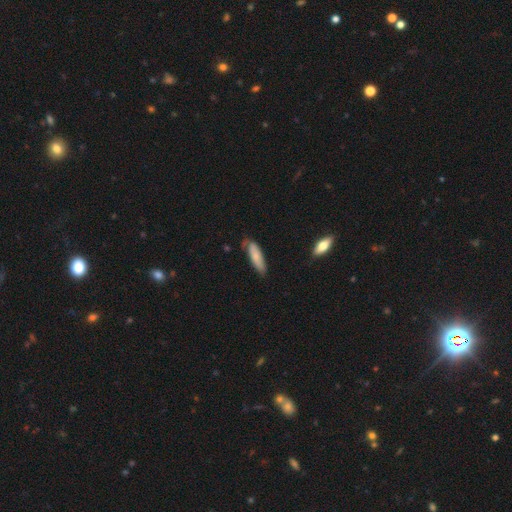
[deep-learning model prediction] Smooth or featured? smooth (76%)
How rounded? cigar-shaped (58%)
Merging? none (62%)